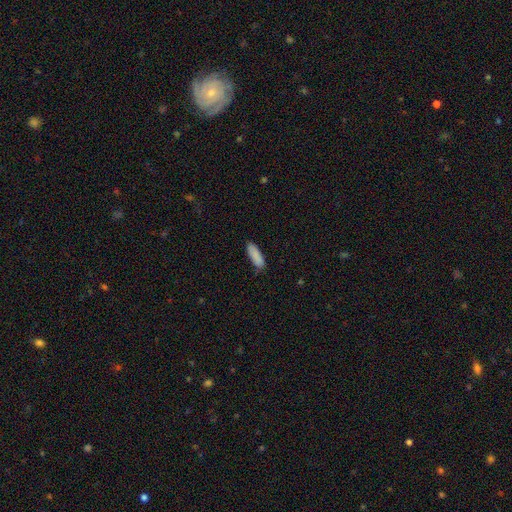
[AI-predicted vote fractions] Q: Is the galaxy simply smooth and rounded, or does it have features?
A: smooth — 88%.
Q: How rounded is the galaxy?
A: in between — 55%.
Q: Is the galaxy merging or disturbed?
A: none — 77%.